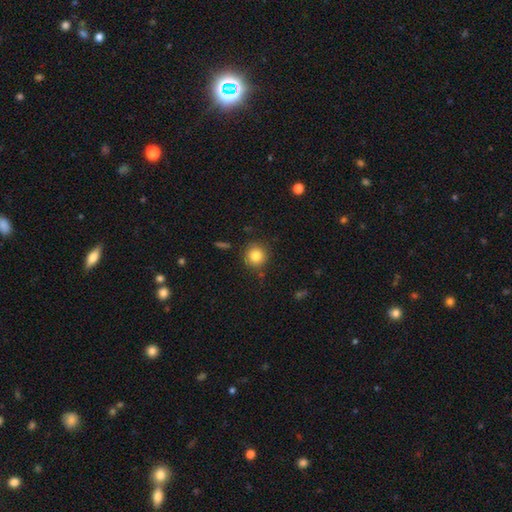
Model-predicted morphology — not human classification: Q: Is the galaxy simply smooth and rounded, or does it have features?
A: smooth — 83%.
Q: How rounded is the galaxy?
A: round — 93%.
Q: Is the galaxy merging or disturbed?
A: none — 86%.